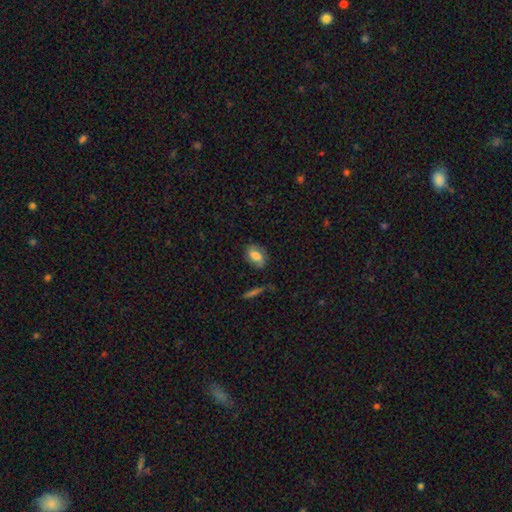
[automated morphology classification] smooth 63%, featured or disk 29%, star or artifact 8%. Down the decision tree: how rounded — in between (83%); merging — none (75%).